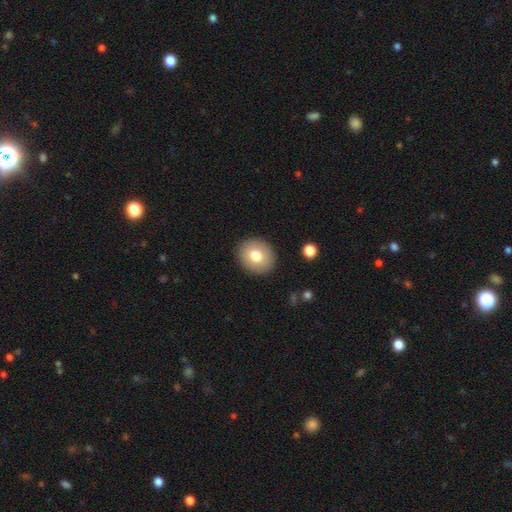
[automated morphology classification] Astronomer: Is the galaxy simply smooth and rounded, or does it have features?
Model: smooth — 76%.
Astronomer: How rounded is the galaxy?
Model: round — 79%.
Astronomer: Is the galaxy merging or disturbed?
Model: none — 90%.